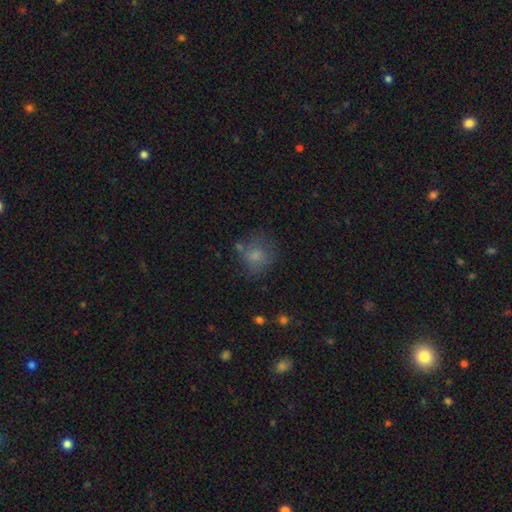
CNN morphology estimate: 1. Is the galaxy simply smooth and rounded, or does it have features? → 74% smooth, 14% featured or disk, 12% star or artifact.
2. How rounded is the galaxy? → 75% round, 24% in between, 1% cigar-shaped.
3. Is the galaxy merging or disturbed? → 57% none, 22% minor disturbance, 14% major disturbance, 7% merger.